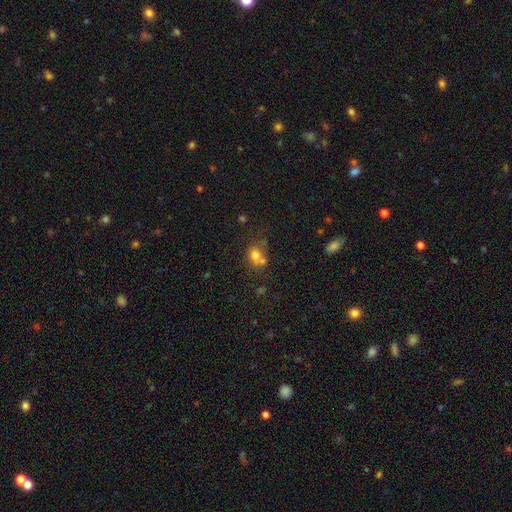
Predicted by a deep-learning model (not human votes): A smooth galaxy with no disk features (71%) that is round (62%).

Vote fractions:
- Smooth or featured? smooth: 71% / featured or disk: 15% / star or artifact: 14%
- How rounded? round: 62% / in between: 37% / cigar-shaped: 1%
- Merging? merger: 41% / none: 40% / minor disturbance: 13% / major disturbance: 6%